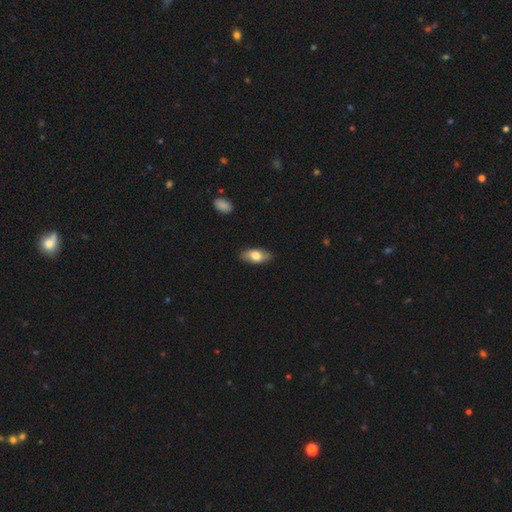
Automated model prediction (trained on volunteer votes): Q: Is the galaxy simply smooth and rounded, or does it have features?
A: smooth — 75%.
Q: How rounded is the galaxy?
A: in between — 89%.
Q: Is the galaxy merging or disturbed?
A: none — 85%.